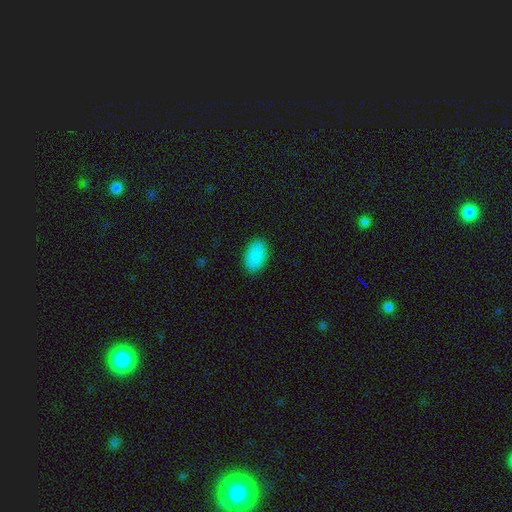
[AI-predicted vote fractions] smooth 89%, star or artifact 7%, featured or disk 3%. Down the decision tree: how rounded — in between (93%); merging — none (87%).